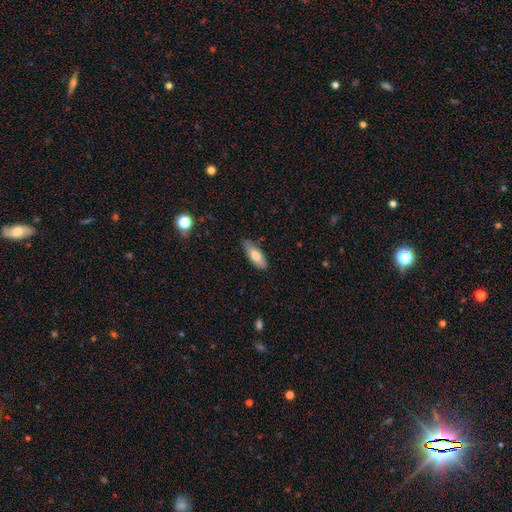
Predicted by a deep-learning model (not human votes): Smooth or featured: smooth — 77% (featured or disk — 17%)
How rounded: in between — 63% (cigar-shaped — 35%)
Merging: none — 77% (minor disturbance — 19%)